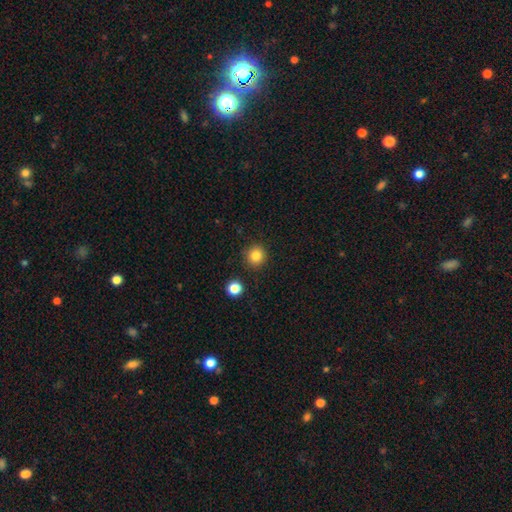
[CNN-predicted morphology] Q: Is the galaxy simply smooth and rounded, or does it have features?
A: smooth — 83%.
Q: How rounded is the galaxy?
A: round — 93%.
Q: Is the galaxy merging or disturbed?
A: none — 90%.